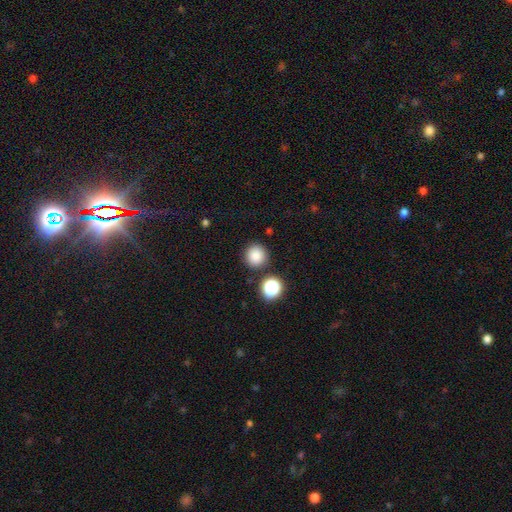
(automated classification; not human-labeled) smooth-or-featured: smooth: 83% | star or artifact: 12% | featured or disk: 5%
  how-rounded: round: 94% | in between: 5% | cigar-shaped: 1%
  merging: none: 86% | minor disturbance: 7% | merger: 5% | major disturbance: 2%